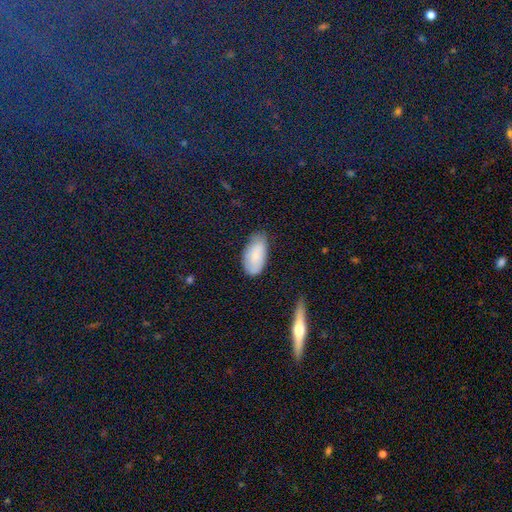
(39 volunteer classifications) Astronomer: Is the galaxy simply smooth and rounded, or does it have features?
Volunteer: smooth — 85%.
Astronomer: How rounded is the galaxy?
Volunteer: in between — 91%.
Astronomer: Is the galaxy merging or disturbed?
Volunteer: none — 68%.